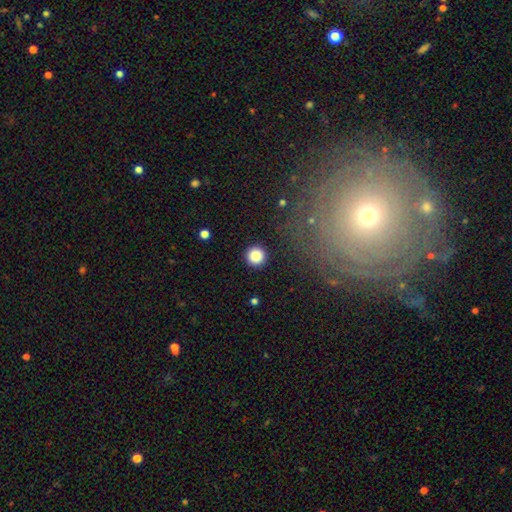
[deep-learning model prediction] smooth-or-featured: smooth: 86% | star or artifact: 10% | featured or disk: 4%
  how-rounded: round: 96% | in between: 3% | cigar-shaped: 1%
  merging: none: 92% | minor disturbance: 5% | major disturbance: 2% | merger: 1%